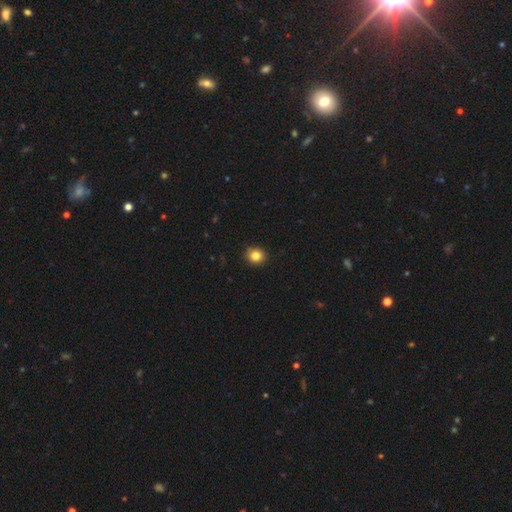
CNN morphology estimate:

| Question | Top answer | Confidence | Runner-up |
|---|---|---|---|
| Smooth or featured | smooth | 84% | star or artifact (11%) |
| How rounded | round | 81% | in between (18%) |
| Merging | none | 90% | minor disturbance (7%) |